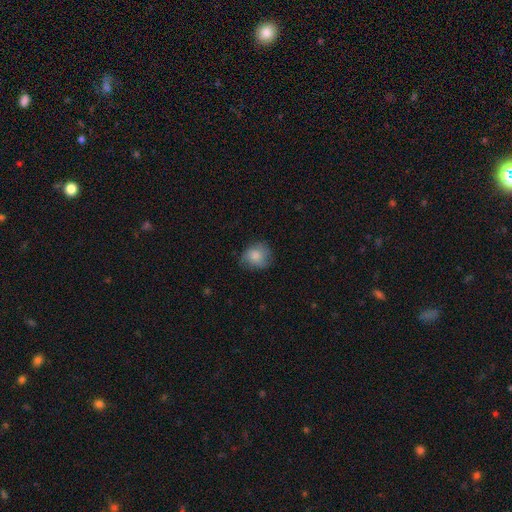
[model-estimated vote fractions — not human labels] Smooth or featured? smooth (81%)
How rounded? round (72%)
Merging? none (67%)